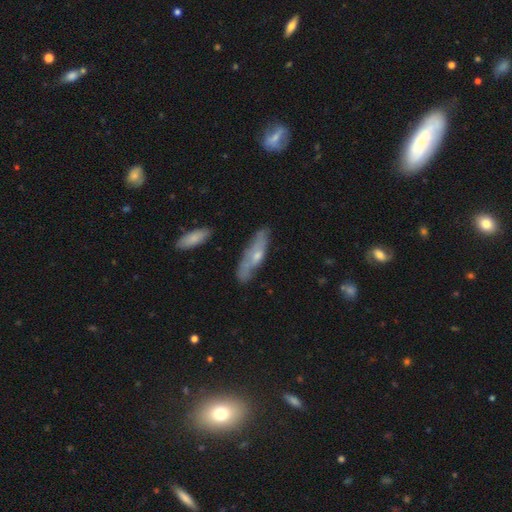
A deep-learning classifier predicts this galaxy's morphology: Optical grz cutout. It shows a featured or disk galaxy (49%). Merging: none (64%).